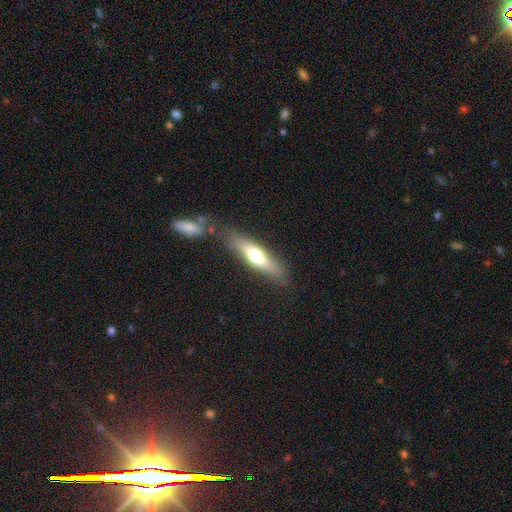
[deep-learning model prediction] smooth_or_featured: smooth (p=0.51) [alt: featured or disk p=0.43]
how_rounded: cigar-shaped (p=0.74) [alt: in between p=0.24]
merging: none (p=0.76) [alt: minor disturbance p=0.14]